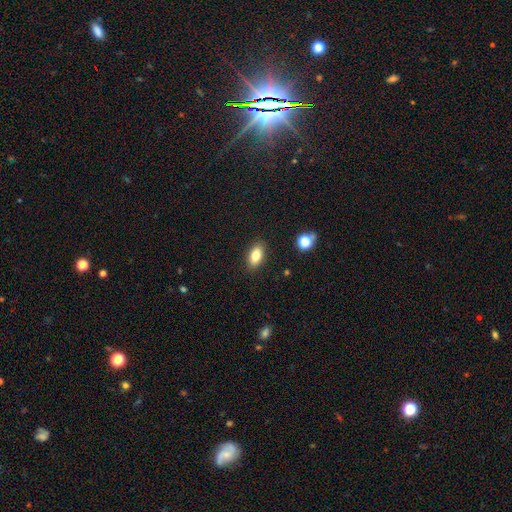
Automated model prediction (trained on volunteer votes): Smooth or featured? smooth (81%)
How rounded? in between (89%)
Merging? none (88%)